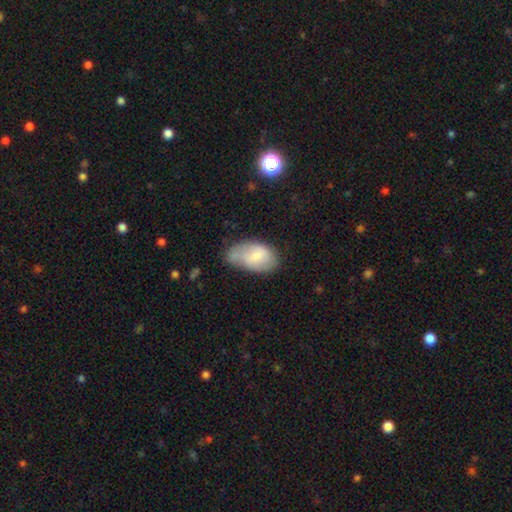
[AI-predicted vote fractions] smooth_or_featured: smooth (p=0.68) [alt: featured or disk p=0.25]
how_rounded: in between (p=0.93) [alt: round p=0.05]
merging: none (p=0.40) [alt: minor disturbance p=0.37]